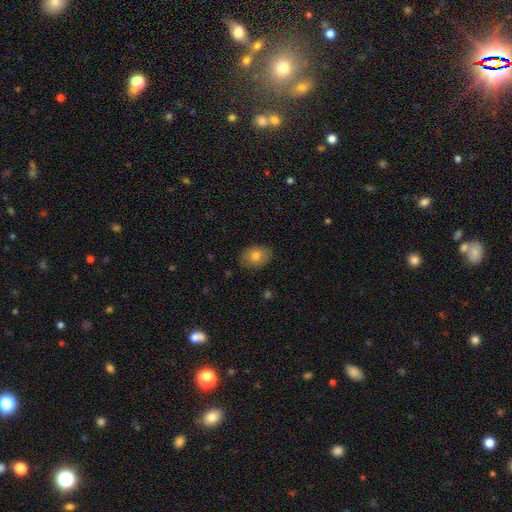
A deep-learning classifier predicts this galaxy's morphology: Smooth or featured?
  - smooth: 77% *
  - featured or disk: 15%
  - star or artifact: 8%
How rounded?
  - in between: 70% *
  - round: 29%
  - cigar-shaped: 1%
Merging?
  - none: 83% *
  - minor disturbance: 13%
  - major disturbance: 3%
  - merger: 1%